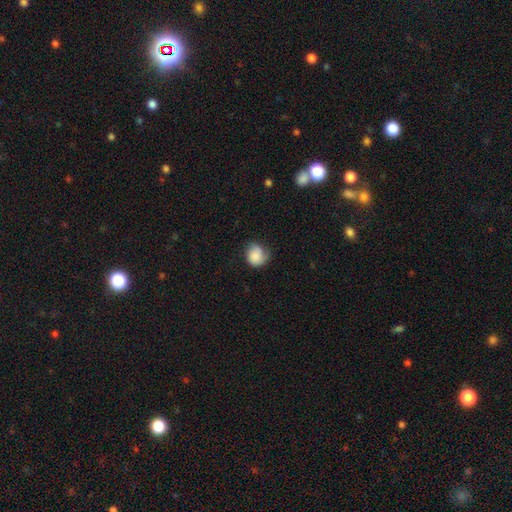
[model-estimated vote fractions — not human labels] Q: Smooth or featured?
A: smooth (81%); runner-up: featured or disk (12%)
Q: How rounded?
A: round (75%); runner-up: in between (24%)
Q: Merging?
A: none (52%); runner-up: minor disturbance (34%)